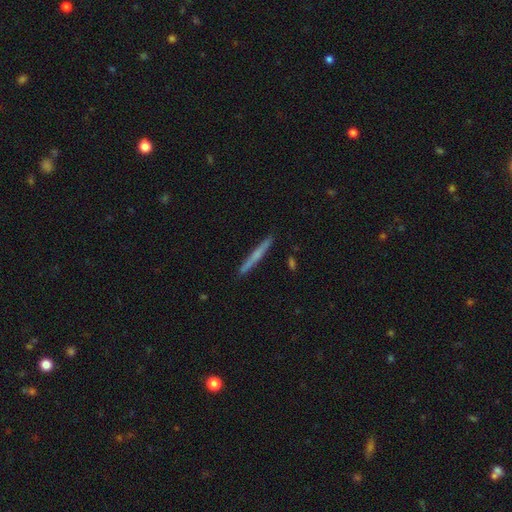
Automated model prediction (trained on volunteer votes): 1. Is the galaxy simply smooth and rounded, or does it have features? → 48% smooth, 45% featured or disk, 6% star or artifact.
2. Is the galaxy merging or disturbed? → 91% none, 7% minor disturbance, 1% major disturbance, 1% merger.